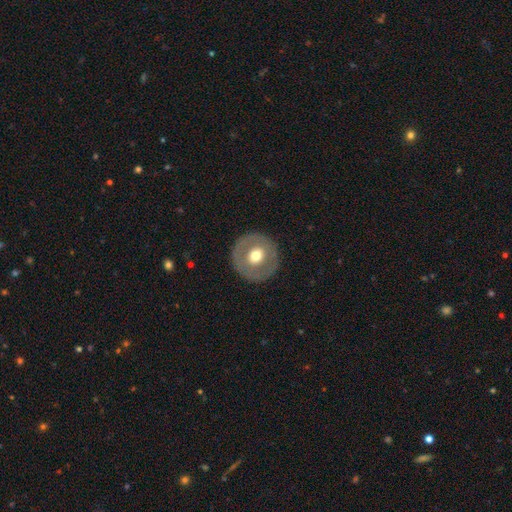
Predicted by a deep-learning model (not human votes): This appears to be a smooth galaxy with no disk features (49%). Merging: none (88%).